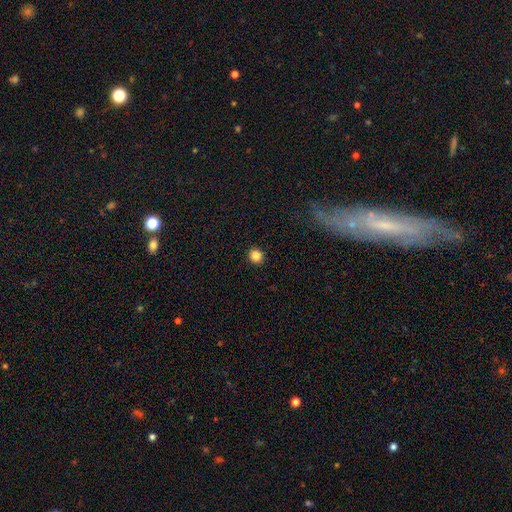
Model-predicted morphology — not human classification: Smooth or featured? smooth (85%)
How rounded? round (92%)
Merging? none (93%)